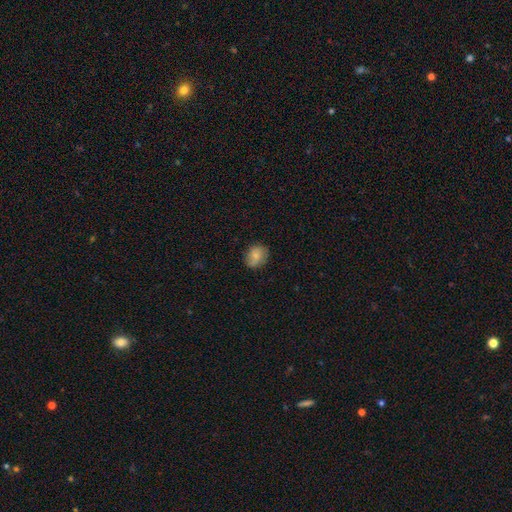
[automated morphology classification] The model was most divided on "how rounded": round: 54%, in between: 44%, cigar-shaped: 1%. More confident: merging — none (78%); smooth or featured — smooth (78%).